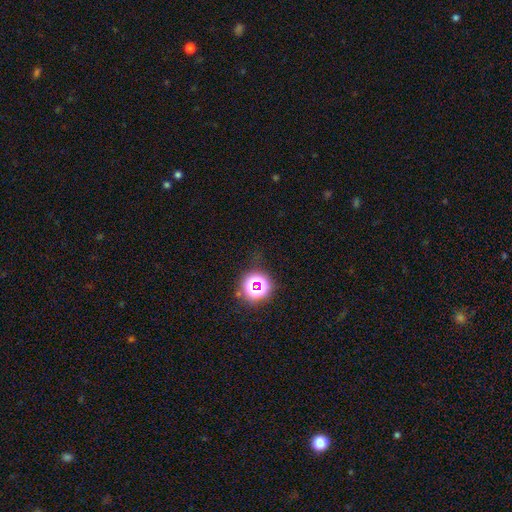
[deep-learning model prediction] Overall: star or artifact (76%).